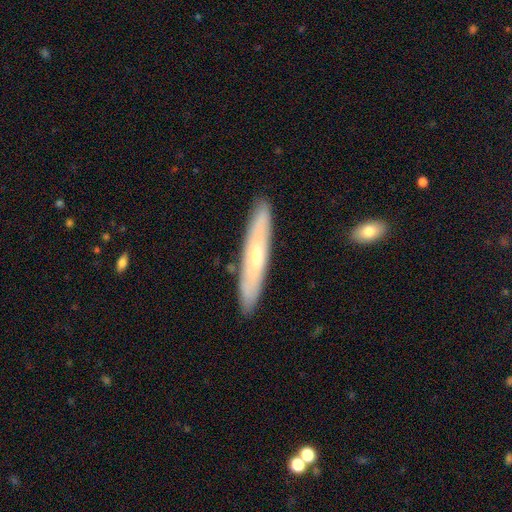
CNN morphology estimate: The model was most divided on "smooth or featured": featured or disk: 50%, smooth: 43%, star or artifact: 6%. More confident: merging — none (88%); edge-on disk — yes (71%).